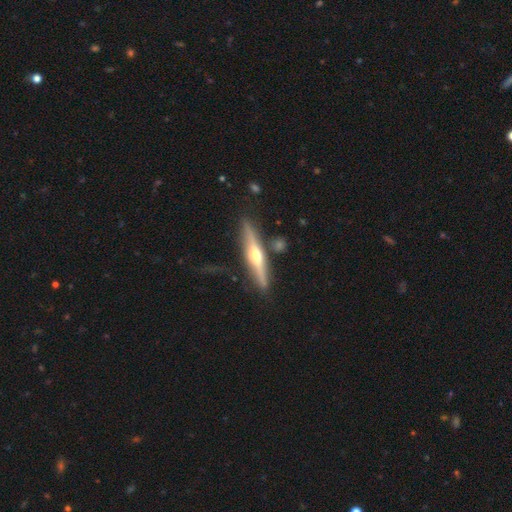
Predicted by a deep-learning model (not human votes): smooth_or_featured: featured or disk (p=0.69) [alt: smooth p=0.25]
disk_edge_on: yes (p=0.96) [alt: no p=0.04]
edge_on_bulge: rounded (p=0.90) [alt: none p=0.05]
merging: none (p=0.80) [alt: minor disturbance p=0.12]